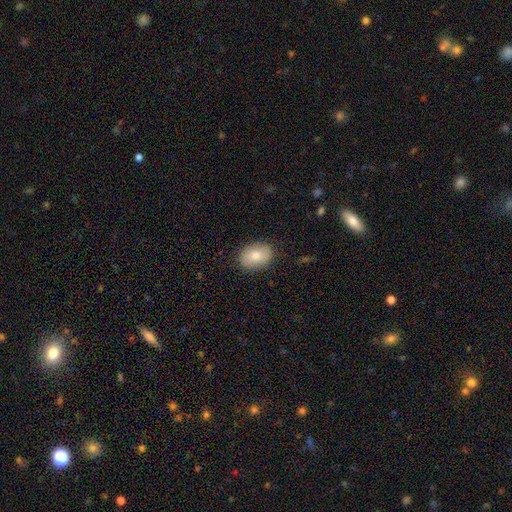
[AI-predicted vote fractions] Smooth or featured?
  - smooth: 80% *
  - featured or disk: 13%
  - star or artifact: 7%
How rounded?
  - in between: 78% *
  - round: 20%
  - cigar-shaped: 1%
Merging?
  - none: 85% *
  - minor disturbance: 11%
  - major disturbance: 3%
  - merger: 1%